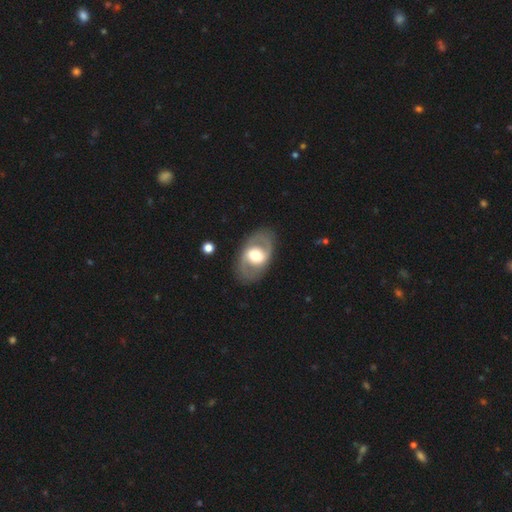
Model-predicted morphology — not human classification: A featured or disk galaxy (70%) with no bar (44%), spiral arms (62%) and a moderate central bulge (57%).

Vote fractions:
- Smooth or featured? featured or disk: 70% / smooth: 25% / star or artifact: 5%
- Edge-on disk? no: 94% / yes: 6%
- Bar? no: 44% / weak: 35% / strong: 21%
- Spiral arms? yes: 62% / no: 38%
- Bulge size? moderate: 57% / large: 32% / small: 7% / dominant: 3% / none: 1%
- Merging? none: 84% / minor disturbance: 10% / major disturbance: 5% / merger: 1%